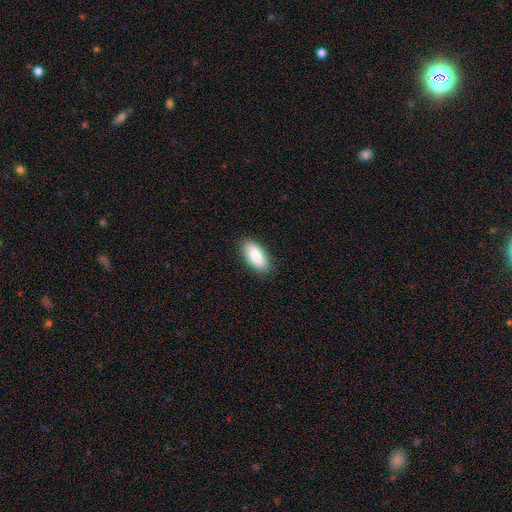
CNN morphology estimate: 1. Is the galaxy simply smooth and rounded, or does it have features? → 86% smooth, 8% featured or disk, 6% star or artifact.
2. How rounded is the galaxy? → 87% in between, 11% cigar-shaped, 2% round.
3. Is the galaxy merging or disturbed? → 86% none, 11% minor disturbance, 2% major disturbance, 1% merger.